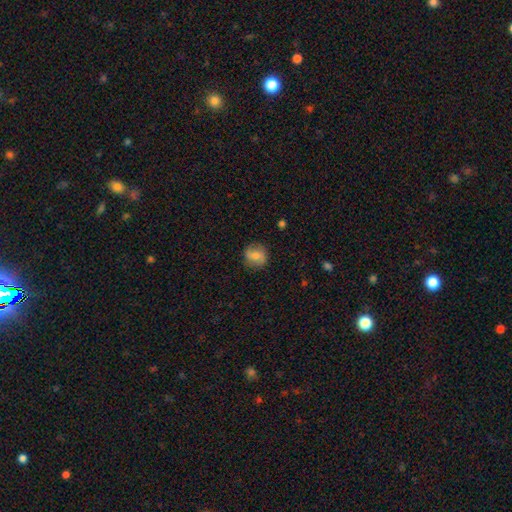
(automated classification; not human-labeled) This is likely a smooth galaxy (67%). How rounded: clearly round (83%). Merging: clearly none (84%).